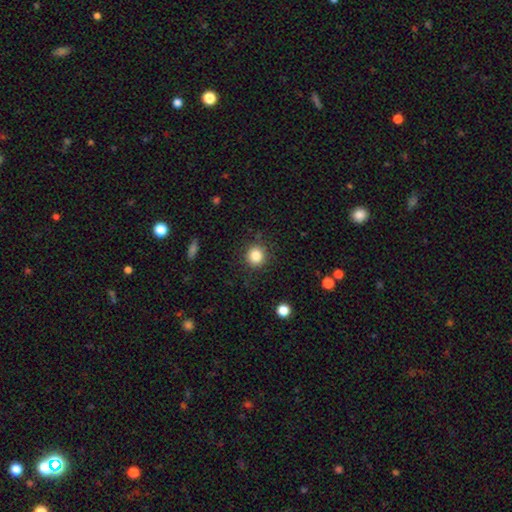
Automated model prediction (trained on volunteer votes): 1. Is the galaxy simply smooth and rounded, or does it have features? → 84% smooth, 10% star or artifact, 5% featured or disk.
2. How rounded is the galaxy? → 90% round, 9% in between, 1% cigar-shaped.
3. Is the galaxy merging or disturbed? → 88% none, 8% minor disturbance, 3% major disturbance, 1% merger.